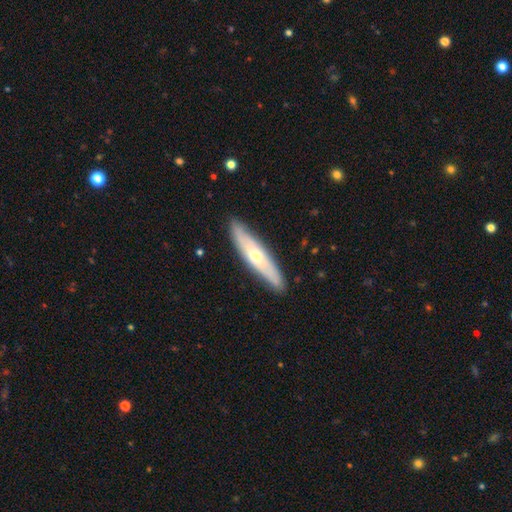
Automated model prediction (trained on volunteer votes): Smooth or featured: featured or disk — 53% (smooth — 42%)
Edge-on disk: yes — 68% (no — 32%)
Merging: none — 88% (minor disturbance — 9%)